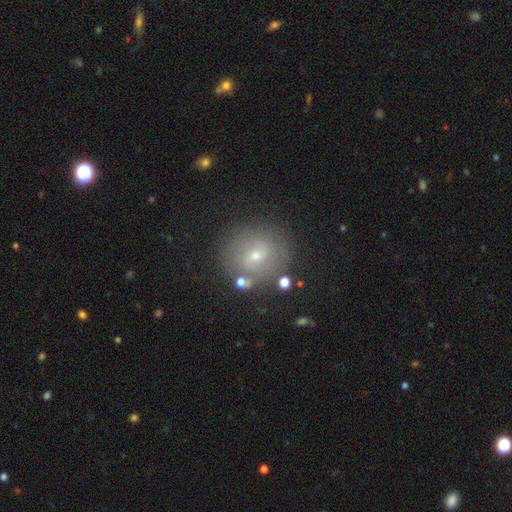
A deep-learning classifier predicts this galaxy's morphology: Overall: featured or disk (45%; smooth 41%). Merging: none (78%).